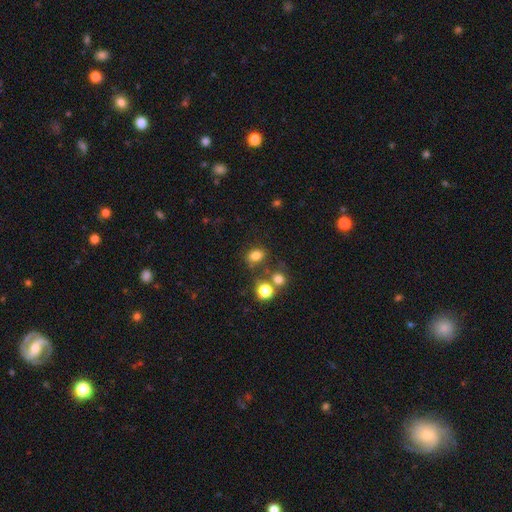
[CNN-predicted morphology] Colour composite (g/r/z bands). It shows a smooth galaxy with no disk features (79%) that is in between round and cigar-shaped (69%). Merging: none (68%).